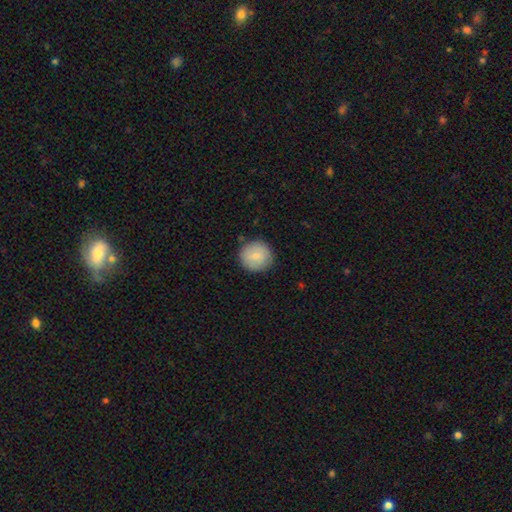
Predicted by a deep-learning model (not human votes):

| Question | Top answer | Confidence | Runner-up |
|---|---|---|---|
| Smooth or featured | smooth | 80% | featured or disk (14%) |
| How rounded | round | 93% | in between (6%) |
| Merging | none | 87% | minor disturbance (10%) |